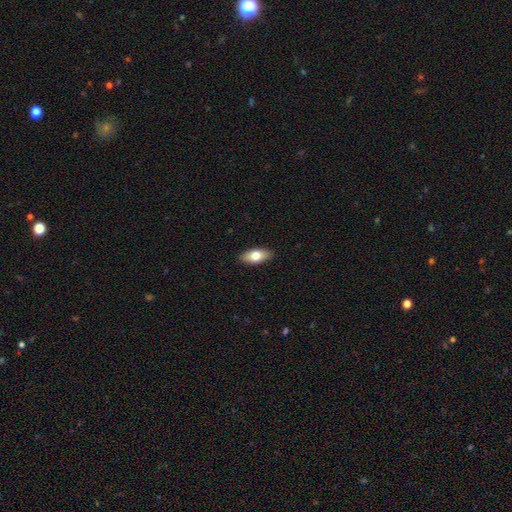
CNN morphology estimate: type=smooth (74%); roundness=in between (87%); merging=none (89%).